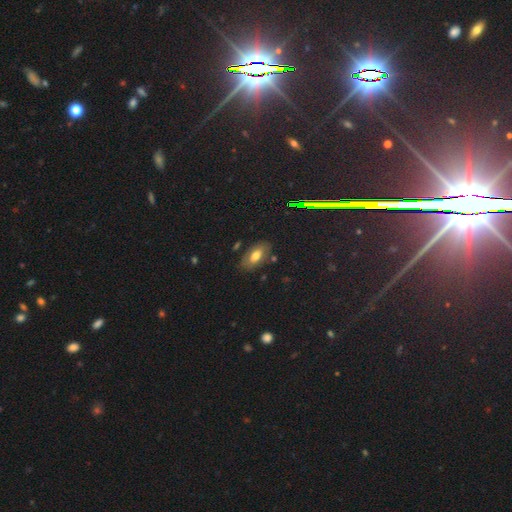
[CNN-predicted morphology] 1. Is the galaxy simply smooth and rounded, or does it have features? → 65% smooth, 20% featured or disk, 15% star or artifact.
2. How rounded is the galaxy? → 90% in between, 5% round, 5% cigar-shaped.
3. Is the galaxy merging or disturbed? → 80% none, 14% minor disturbance, 4% major disturbance, 3% merger.